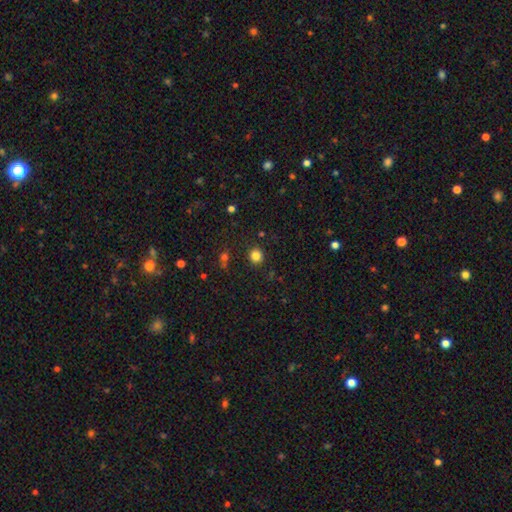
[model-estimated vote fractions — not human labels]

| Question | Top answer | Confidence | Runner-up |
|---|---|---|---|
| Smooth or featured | smooth | 82% | star or artifact (13%) |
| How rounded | round | 91% | in between (8%) |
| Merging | none | 89% | minor disturbance (6%) |